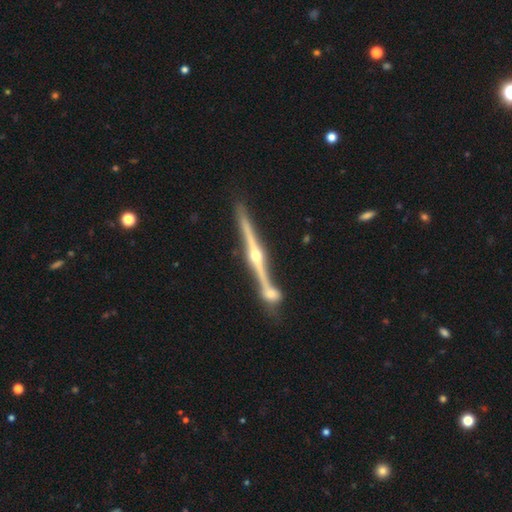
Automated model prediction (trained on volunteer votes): Smooth or featured? Predicted: featured or disk (p=0.89). Edge-on disk? Predicted: yes (p=0.98). Edge-on bulge? Predicted: rounded (p=0.92). Merging? Predicted: none (p=0.72).